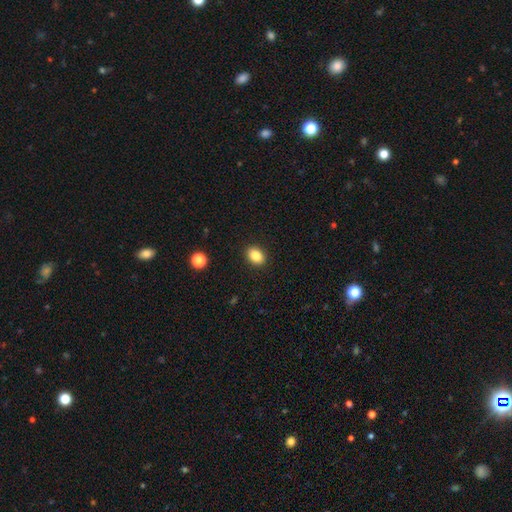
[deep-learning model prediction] Q: Smooth or featured?
A: smooth (86%); runner-up: star or artifact (9%)
Q: How rounded?
A: in between (73%); runner-up: round (26%)
Q: Merging?
A: none (90%); runner-up: minor disturbance (7%)